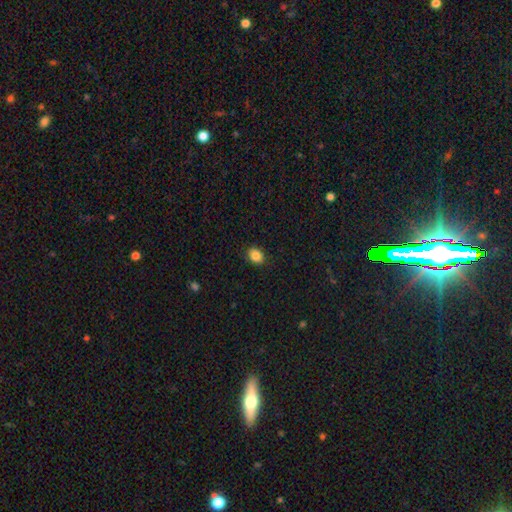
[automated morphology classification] type=smooth (86%); roundness=in between (60%); merging=none (88%).